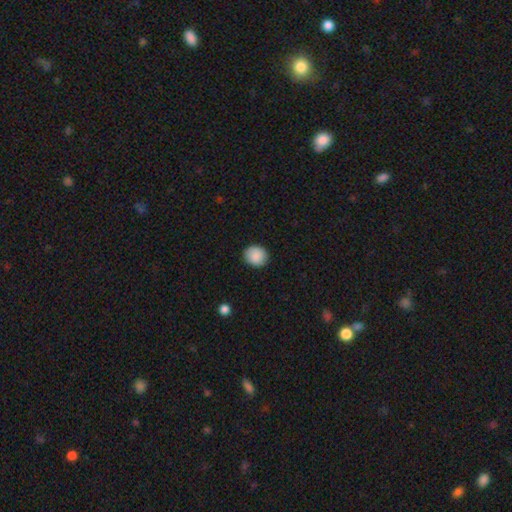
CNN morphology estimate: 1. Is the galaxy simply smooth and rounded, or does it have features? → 89% smooth, 7% star or artifact, 4% featured or disk.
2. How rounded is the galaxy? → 81% round, 18% in between, 1% cigar-shaped.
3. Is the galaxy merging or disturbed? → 88% none, 9% minor disturbance, 2% major disturbance, 1% merger.